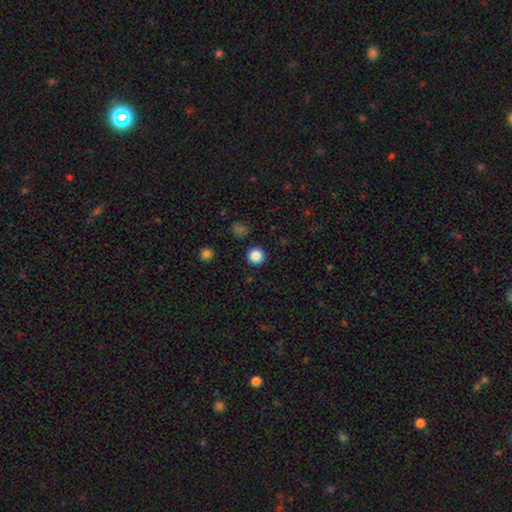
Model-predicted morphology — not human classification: A smooth galaxy with no disk features (86%) that is round (95%). Merging: none (92%).